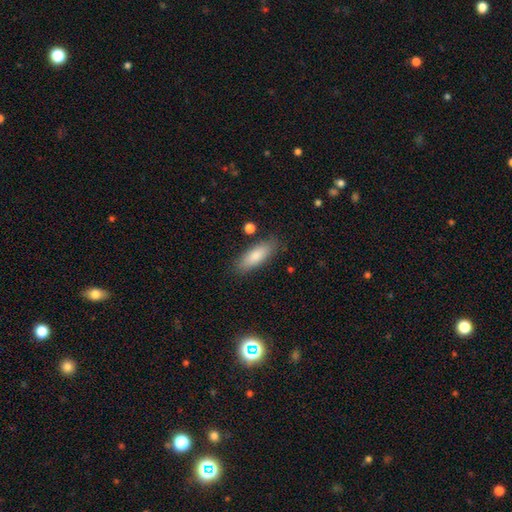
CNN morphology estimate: Smooth or featured? Predicted: smooth (p=0.83). How rounded? Predicted: in between (p=0.65). Merging? Predicted: none (p=0.82).